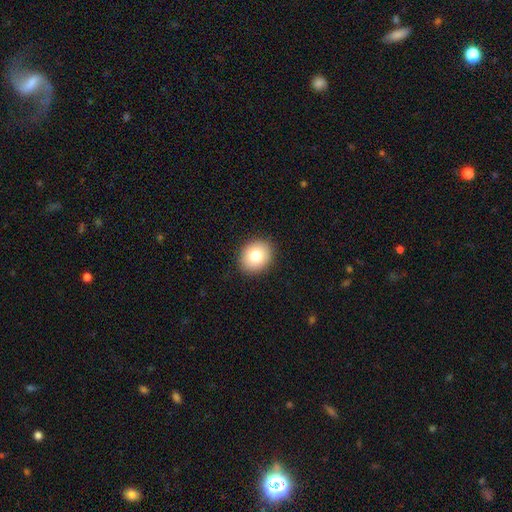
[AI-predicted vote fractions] This appears to be a smooth galaxy with no disk features (79%) that is round (63%). Merging: none (90%).